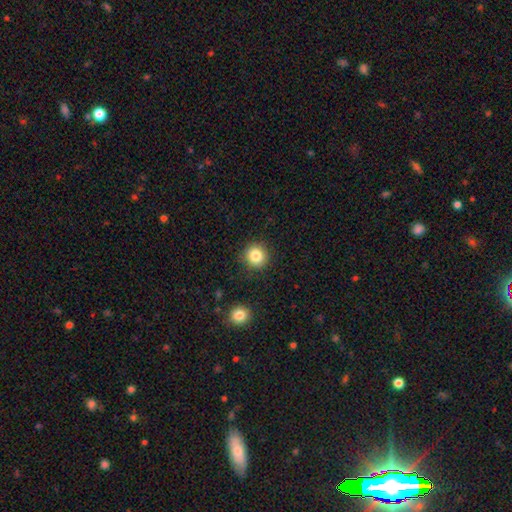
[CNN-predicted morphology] Smooth or featured?
  - smooth: 83% *
  - star or artifact: 11%
  - featured or disk: 6%
How rounded?
  - round: 92% *
  - in between: 7%
  - cigar-shaped: 1%
Merging?
  - none: 89% *
  - minor disturbance: 7%
  - major disturbance: 2%
  - merger: 2%